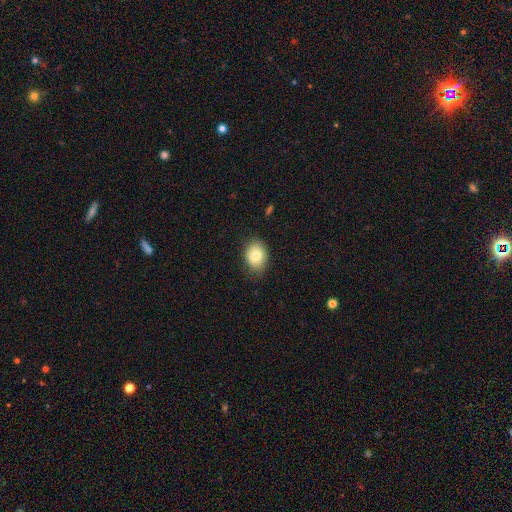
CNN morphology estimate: This appears to be a smooth galaxy with no disk features (80%) that is in between round and cigar-shaped (71%). Merging: none (73%).